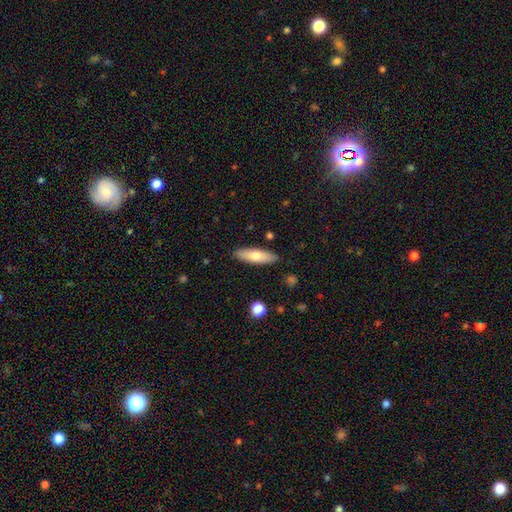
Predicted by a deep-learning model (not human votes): Morphology: type=smooth (69%); roundness=cigar-shaped (53%); merging=none (88%).